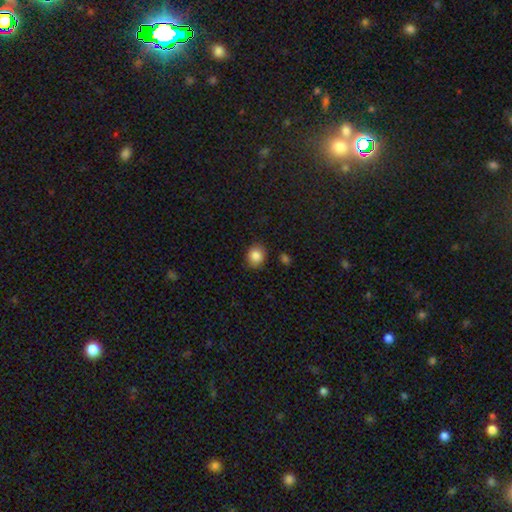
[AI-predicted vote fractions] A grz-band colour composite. It shows a smooth galaxy with no disk features (85%) that is round (66%). Merging: none (84%).